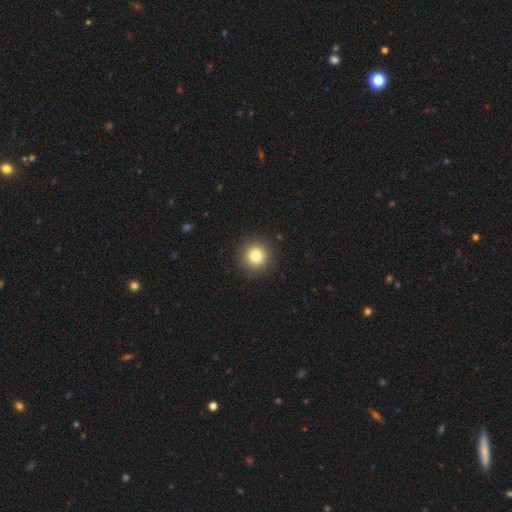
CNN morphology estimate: The model was most divided on "smooth or featured": smooth: 81%, star or artifact: 11%, featured or disk: 8%. More confident: how rounded — round (95%); merging — none (91%).